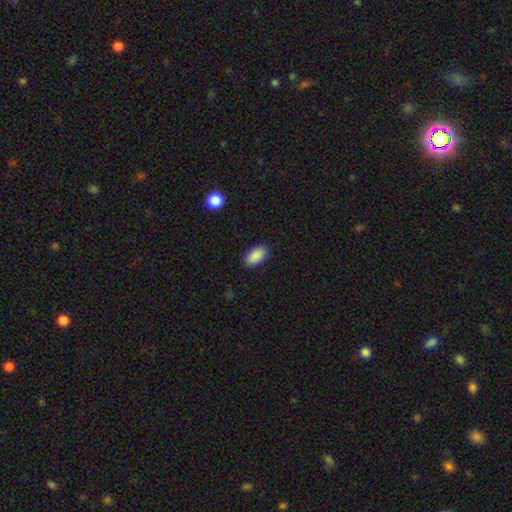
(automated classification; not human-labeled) Smooth or featured?
  - smooth: 90% *
  - star or artifact: 7%
  - featured or disk: 3%
How rounded?
  - in between: 94% *
  - cigar-shaped: 3%
  - round: 3%
Merging?
  - none: 88% *
  - minor disturbance: 9%
  - major disturbance: 2%
  - merger: 1%